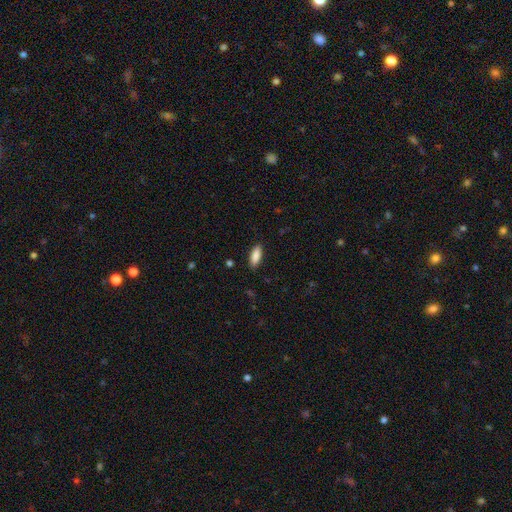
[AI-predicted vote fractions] Smooth or featured? smooth (88%)
How rounded? in between (72%)
Merging? none (88%)